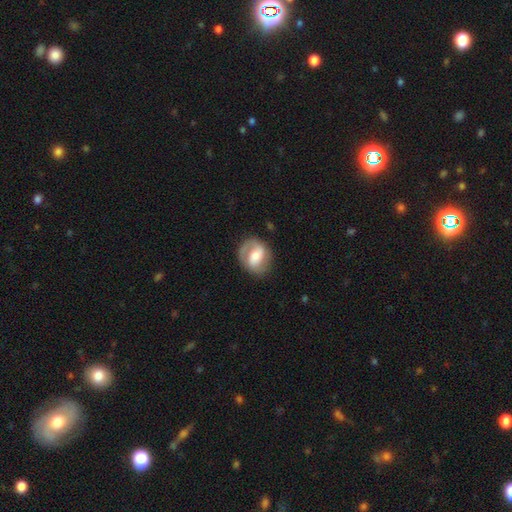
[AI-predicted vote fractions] featured or disk 65%, smooth 29%, star or artifact 6%. Down the decision tree: edge-on disk — no (97%); bar — weak (44%); spiral arms — yes (83%); spiral arm count — 2 (63%); spiral winding — medium (44%); bulge size — moderate (50%); merging — none (73%).